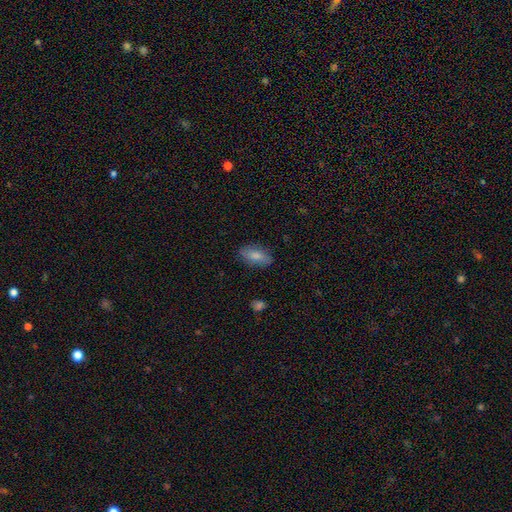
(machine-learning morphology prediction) Smooth or featured? Predicted: smooth (p=0.79). How rounded? Predicted: in between (p=0.87). Merging? Predicted: none (p=0.82).